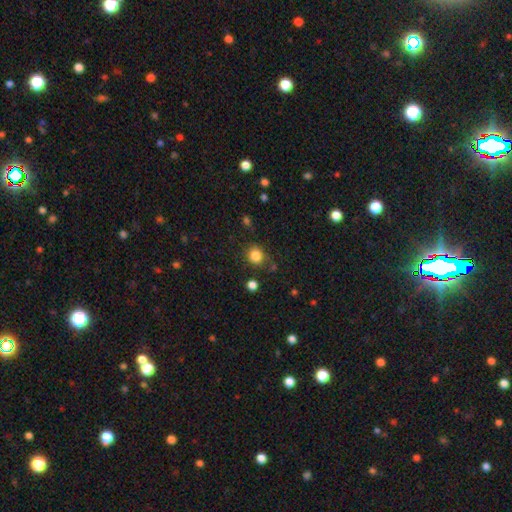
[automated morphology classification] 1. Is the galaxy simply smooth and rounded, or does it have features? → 84% smooth, 12% star or artifact, 5% featured or disk.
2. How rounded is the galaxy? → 83% round, 16% in between, 1% cigar-shaped.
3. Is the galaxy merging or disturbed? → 80% none, 12% minor disturbance, 4% merger, 4% major disturbance.